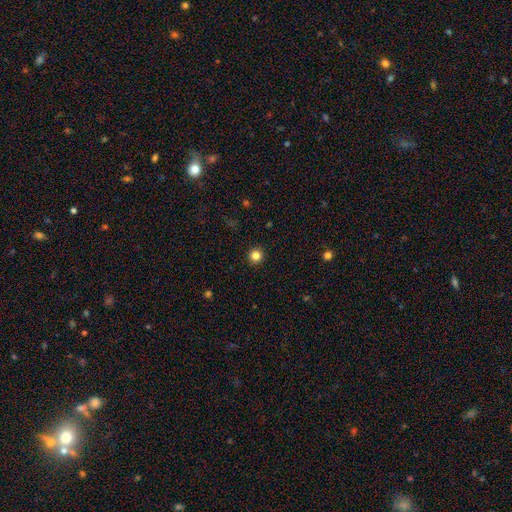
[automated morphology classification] smooth 83%, star or artifact 12%, featured or disk 5%. Down the decision tree: how rounded — round (95%); merging — none (93%).